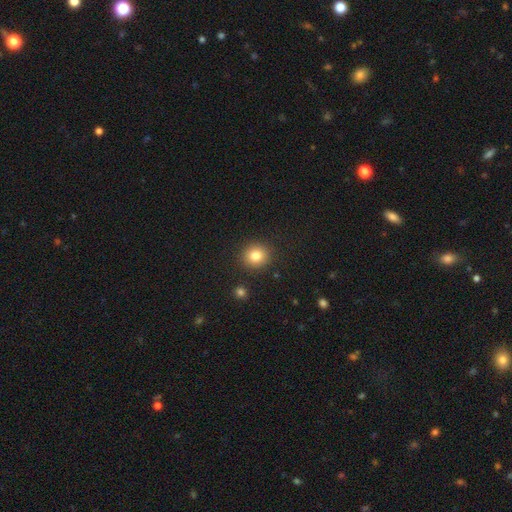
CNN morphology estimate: Smooth or featured? Predicted: smooth (p=0.82). How rounded? Predicted: round (p=0.88). Merging? Predicted: none (p=0.89).